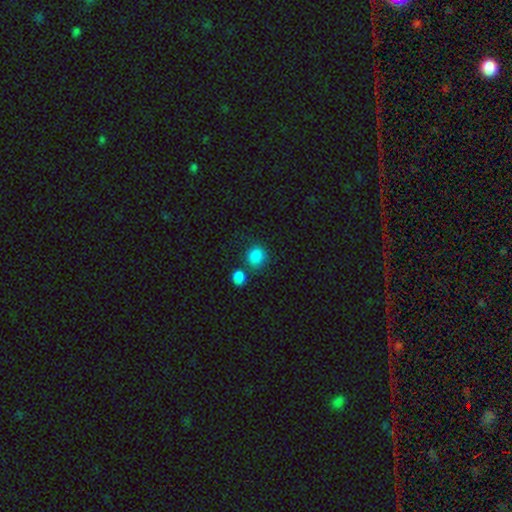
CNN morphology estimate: Smooth or featured? smooth (86%)
How rounded? round (71%)
Merging? none (65%)